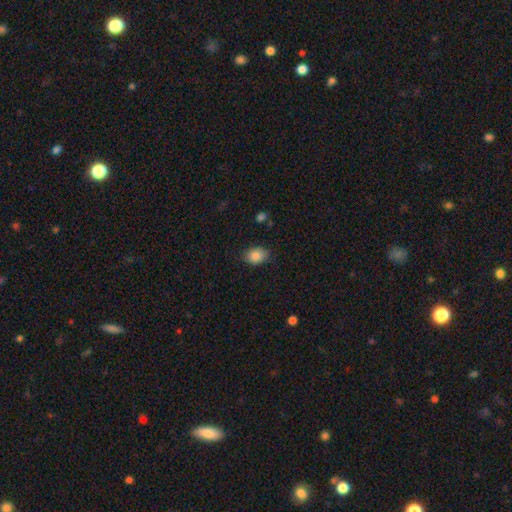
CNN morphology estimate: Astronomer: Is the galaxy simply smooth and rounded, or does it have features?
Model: smooth — 87%.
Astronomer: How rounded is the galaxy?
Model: in between — 73%.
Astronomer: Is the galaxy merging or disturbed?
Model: none — 83%.